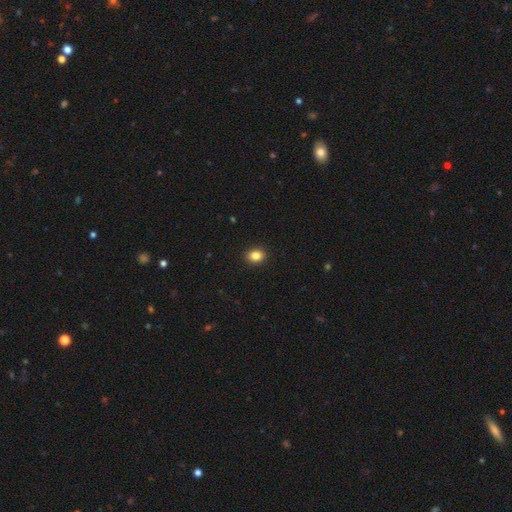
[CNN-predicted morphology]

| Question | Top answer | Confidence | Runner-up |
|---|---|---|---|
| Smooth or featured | smooth | 85% | star or artifact (10%) |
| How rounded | in between | 50% | round (49%) |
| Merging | none | 92% | minor disturbance (6%) |